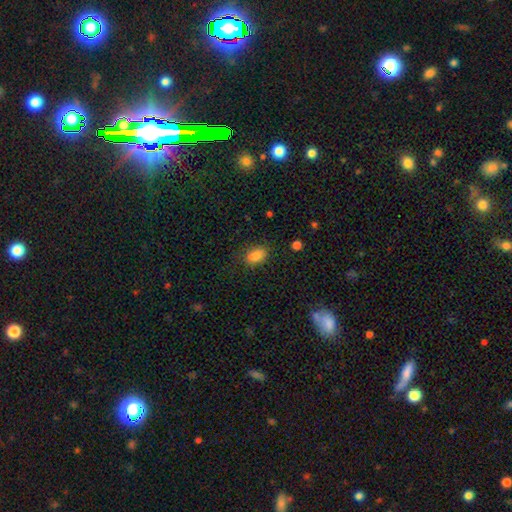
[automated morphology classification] Smooth or featured?
  - smooth: 84% *
  - star or artifact: 9%
  - featured or disk: 7%
How rounded?
  - in between: 85% *
  - round: 14%
  - cigar-shaped: 2%
Merging?
  - none: 78% *
  - minor disturbance: 15%
  - major disturbance: 5%
  - merger: 1%